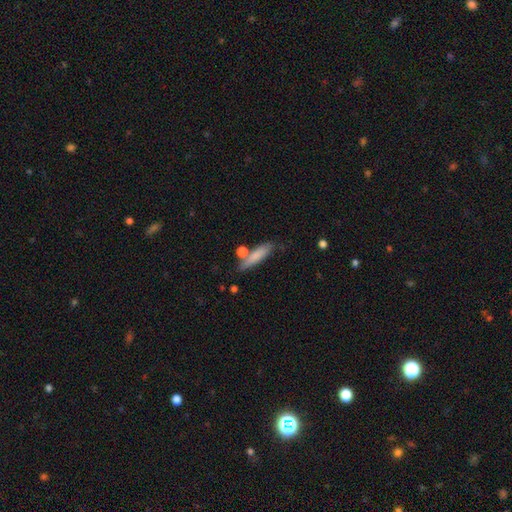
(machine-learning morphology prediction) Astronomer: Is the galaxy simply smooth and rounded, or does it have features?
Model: smooth — 76%.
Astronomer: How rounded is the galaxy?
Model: cigar-shaped — 73%.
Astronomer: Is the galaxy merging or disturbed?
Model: none — 65%.